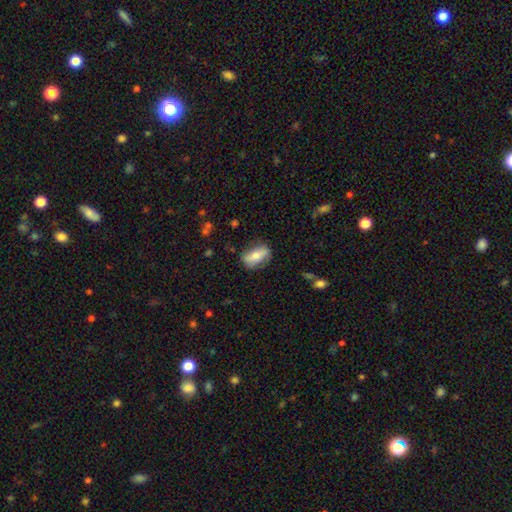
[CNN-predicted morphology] Smooth or featured? Predicted: smooth (p=0.59). How rounded? Predicted: in between (p=0.80). Merging? Predicted: none (p=0.75).